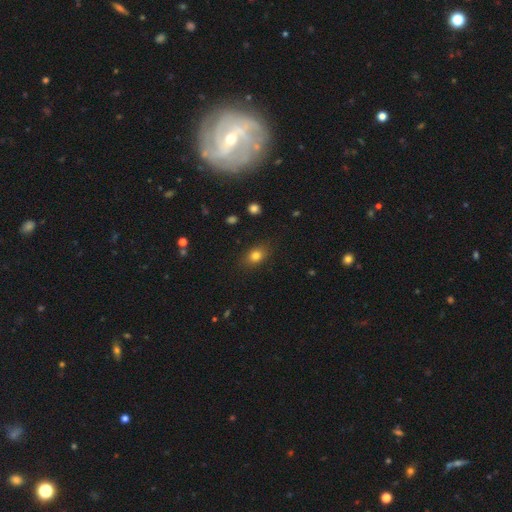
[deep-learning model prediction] The model was most divided on "how rounded": in between: 66%, round: 32%, cigar-shaped: 2%. More confident: merging — none (83%); smooth or featured — smooth (79%).